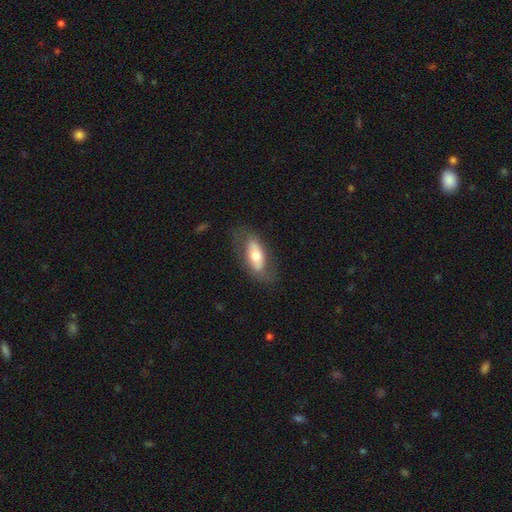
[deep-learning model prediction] A smooth galaxy with no disk features (56%) that is in between round and cigar-shaped (80%). Merging: none (71%).